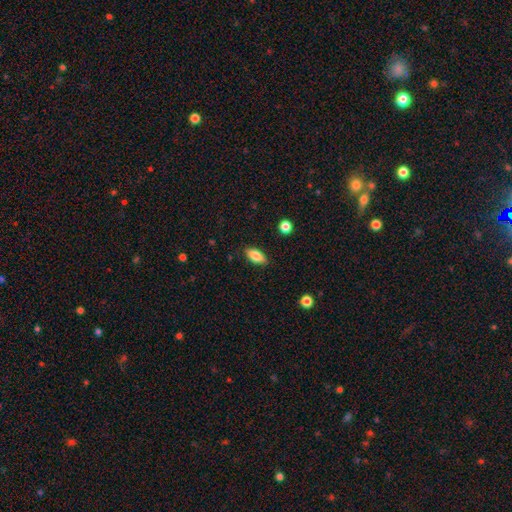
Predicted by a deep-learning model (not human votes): This is clearly a smooth galaxy (83%). How rounded: clearly in between (88%). Merging: clearly none (86%).